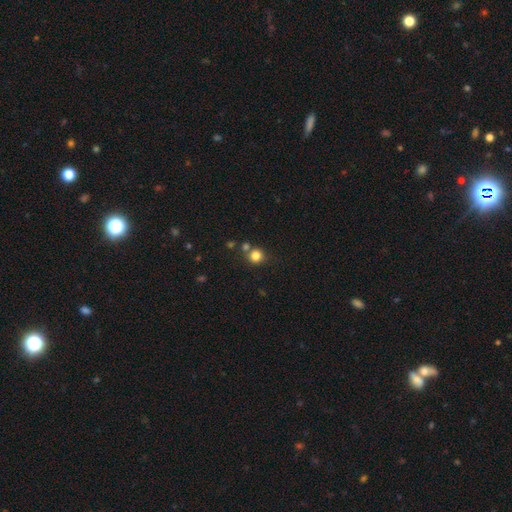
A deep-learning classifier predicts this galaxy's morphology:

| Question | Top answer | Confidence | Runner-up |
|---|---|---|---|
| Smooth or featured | smooth | 81% | star or artifact (13%) |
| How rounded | round | 91% | in between (9%) |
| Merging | none | 70% | merger (18%) |